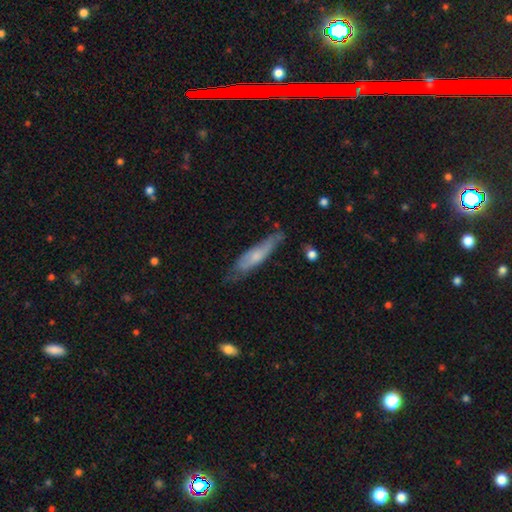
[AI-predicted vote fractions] This appears to be a smooth galaxy with no disk features (54%) that is cigar-shaped (77%). Merging: none (59%).